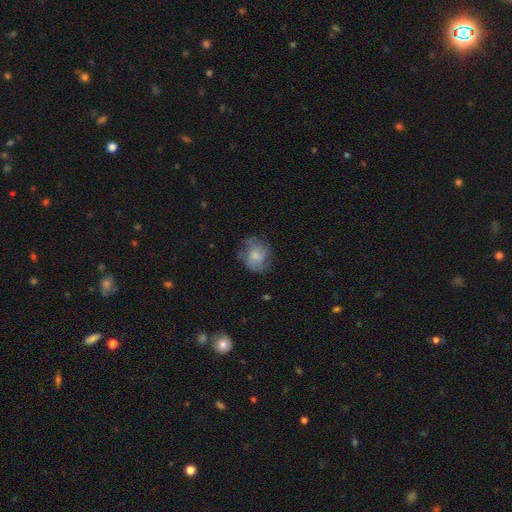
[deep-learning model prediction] Q: Smooth or featured?
A: smooth (58%); runner-up: featured or disk (34%)
Q: How rounded?
A: round (78%); runner-up: in between (21%)
Q: Merging?
A: none (69%); runner-up: minor disturbance (21%)